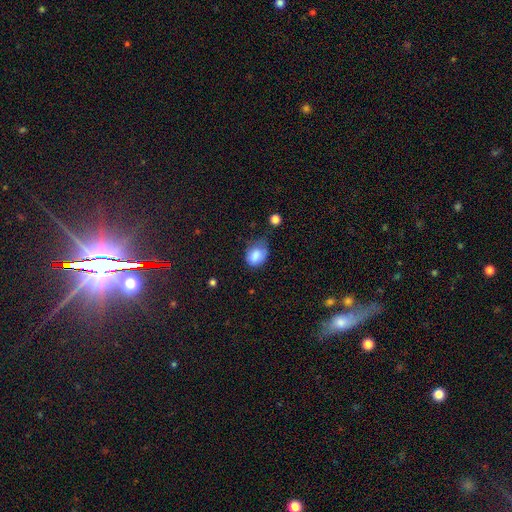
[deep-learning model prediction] The model was most divided on "merging": minor disturbance: 41%, none: 39%, major disturbance: 16%, merger: 4%. More confident: smooth or featured — smooth (82%); how rounded — in between (60%).